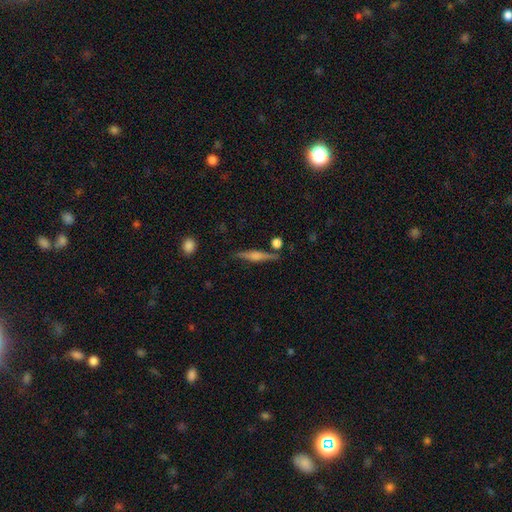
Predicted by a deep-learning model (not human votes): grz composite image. It shows a featured or disk galaxy (69%) viewed edge-on (97%) with a rounded central bulge (75%). Merging: none (84%).